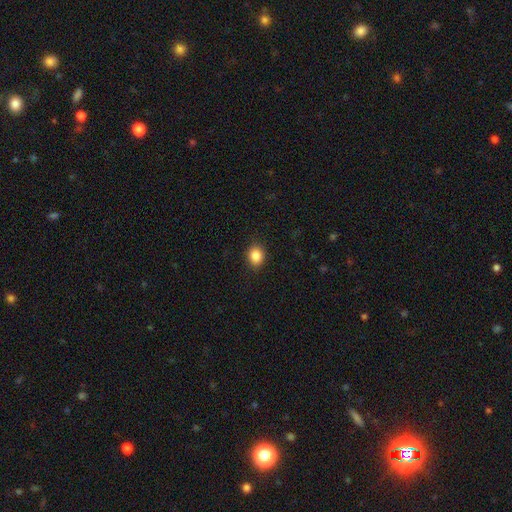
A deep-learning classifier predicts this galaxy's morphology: Smooth or featured?
  - smooth: 86% *
  - star or artifact: 10%
  - featured or disk: 4%
How rounded?
  - round: 53% *
  - in between: 46%
  - cigar-shaped: 1%
Merging?
  - none: 88% *
  - minor disturbance: 9%
  - major disturbance: 2%
  - merger: 1%